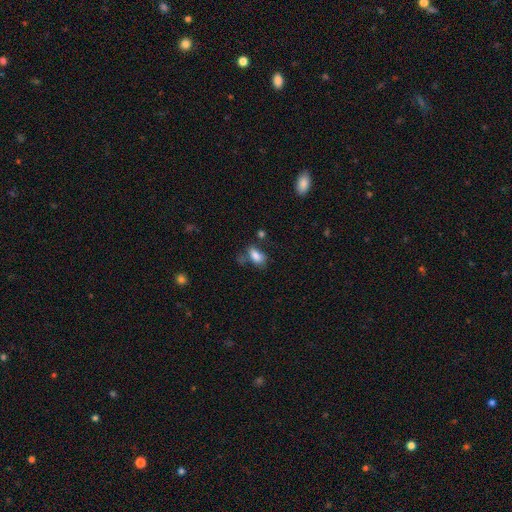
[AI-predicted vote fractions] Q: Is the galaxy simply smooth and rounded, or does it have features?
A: smooth — 80%.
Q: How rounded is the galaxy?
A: in between — 88%.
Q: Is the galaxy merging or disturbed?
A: none — 54%.